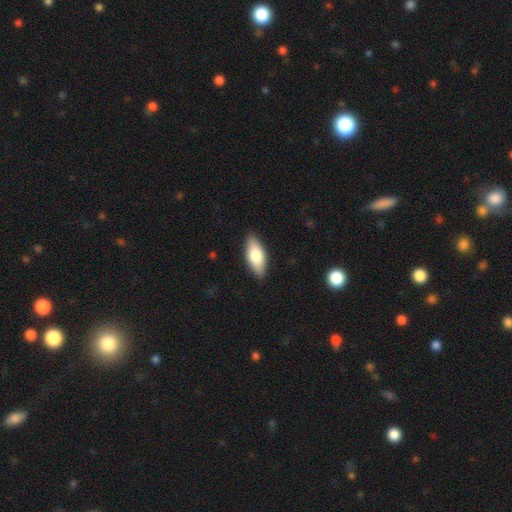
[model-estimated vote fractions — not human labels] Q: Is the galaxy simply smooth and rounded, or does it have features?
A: smooth — 74%.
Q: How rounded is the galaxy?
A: in between — 79%.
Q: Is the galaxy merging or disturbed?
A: none — 88%.